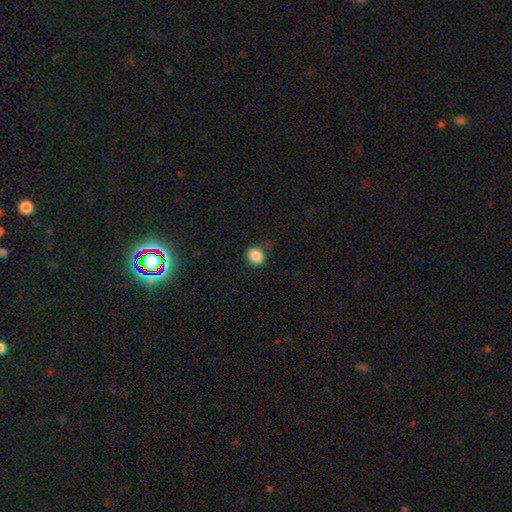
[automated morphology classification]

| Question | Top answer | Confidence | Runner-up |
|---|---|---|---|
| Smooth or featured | smooth | 87% | star or artifact (10%) |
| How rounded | round | 68% | in between (31%) |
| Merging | none | 85% | minor disturbance (11%) |